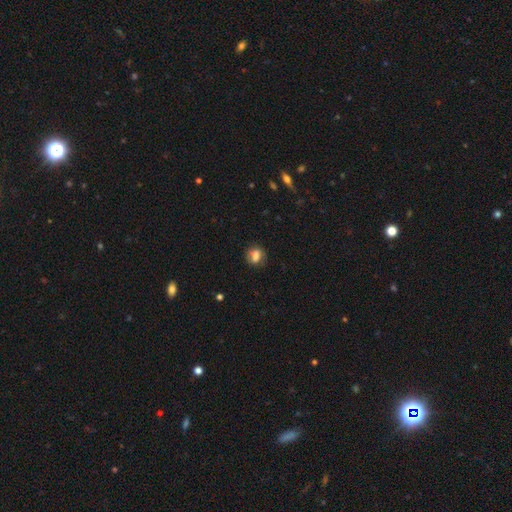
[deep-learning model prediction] Q: Smooth or featured?
A: smooth (72%); runner-up: featured or disk (17%)
Q: How rounded?
A: round (51%); runner-up: in between (45%)
Q: Merging?
A: none (74%); runner-up: minor disturbance (16%)